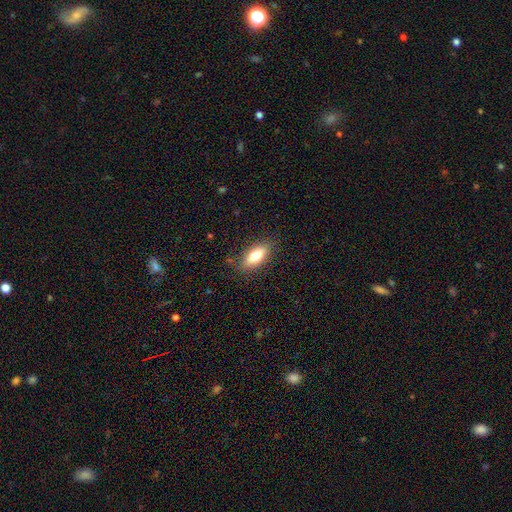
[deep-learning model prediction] Smooth or featured? smooth (79%)
How rounded? in between (78%)
Merging? none (83%)